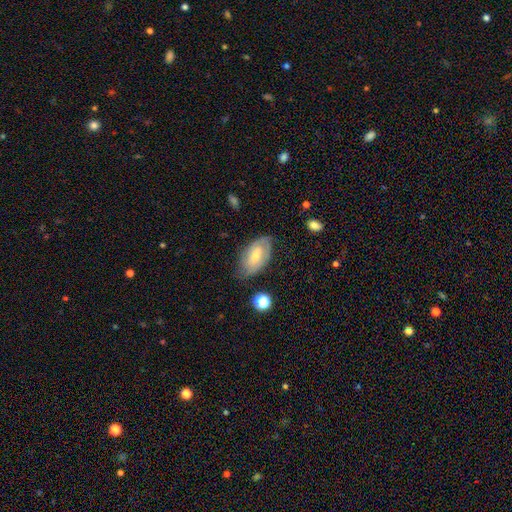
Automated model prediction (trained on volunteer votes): Smooth or featured: featured or disk — 48% (smooth — 45%)
Merging: none — 65% (minor disturbance — 25%)